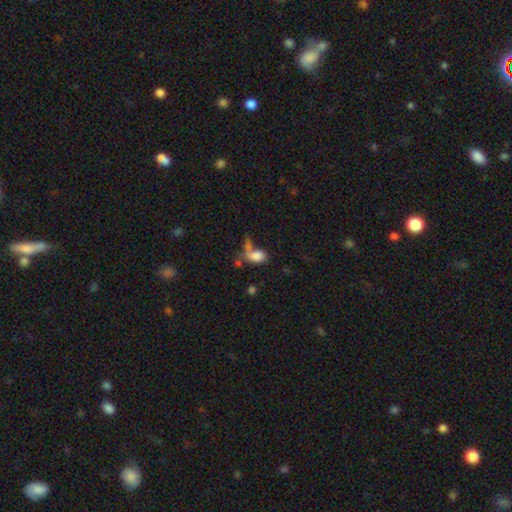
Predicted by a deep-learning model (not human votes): The model was most divided on "merging": merger: 36%, none: 33%, major disturbance: 16%, minor disturbance: 16%. More confident: how rounded — in between (87%); smooth or featured — smooth (80%).